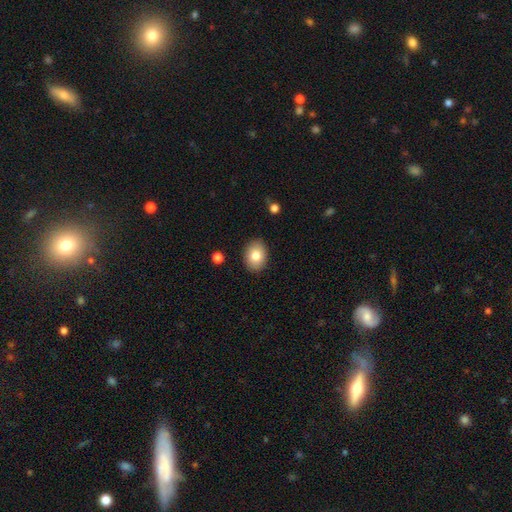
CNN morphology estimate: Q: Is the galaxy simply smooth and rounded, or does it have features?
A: smooth — 81%.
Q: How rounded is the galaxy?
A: in between — 67%.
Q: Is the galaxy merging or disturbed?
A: none — 88%.